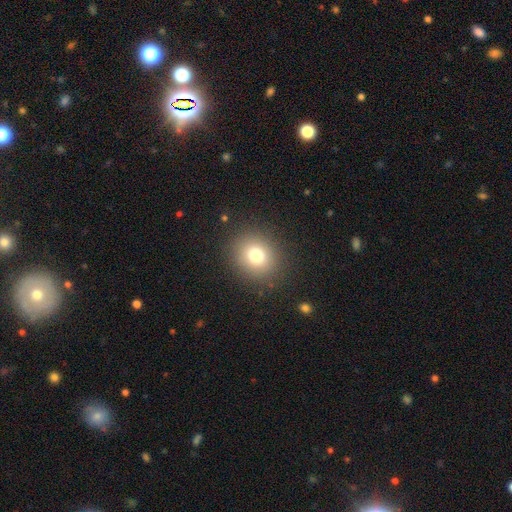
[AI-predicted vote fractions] smooth_or_featured: smooth (p=0.77) [alt: star or artifact p=0.13]
how_rounded: round (p=0.79) [alt: in between p=0.20]
merging: none (p=0.88) [alt: minor disturbance p=0.07]